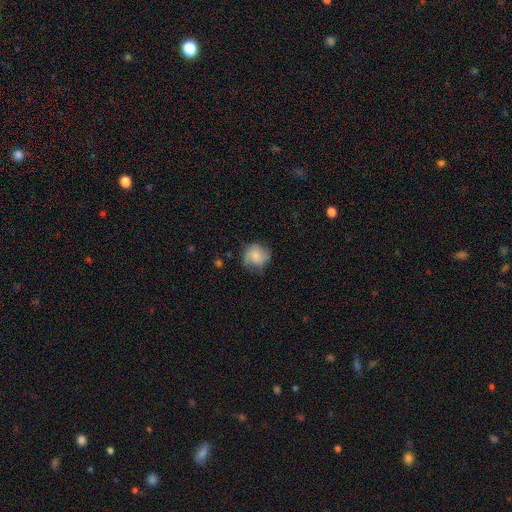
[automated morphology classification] A smooth galaxy with no disk features (59%) that is round (80%).

Vote fractions:
- Smooth or featured? smooth: 59% / featured or disk: 32% / star or artifact: 8%
- How rounded? round: 80% / in between: 19% / cigar-shaped: 1%
- Merging? none: 64% / minor disturbance: 24% / major disturbance: 10% / merger: 1%